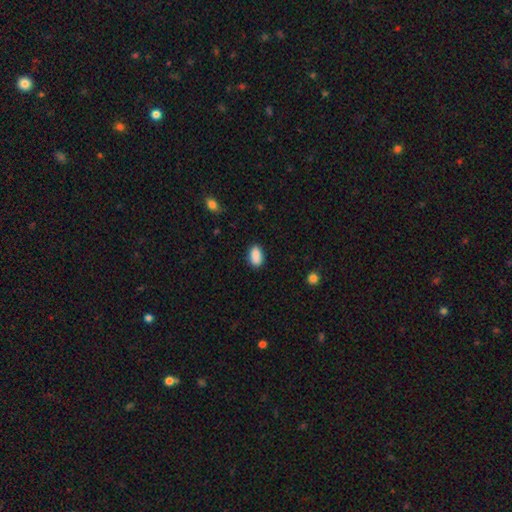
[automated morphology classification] A smooth galaxy with no disk features (90%) that is in between round and cigar-shaped (92%).

Vote fractions:
- Smooth or featured? smooth: 90% / star or artifact: 7% / featured or disk: 3%
- How rounded? in between: 92% / round: 6% / cigar-shaped: 2%
- Merging? none: 86% / minor disturbance: 11% / major disturbance: 2% / merger: 1%